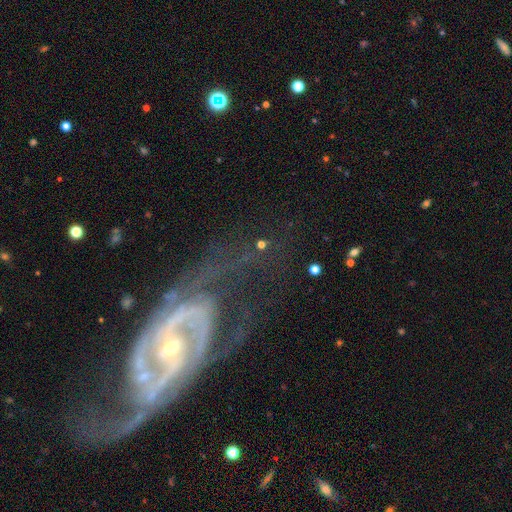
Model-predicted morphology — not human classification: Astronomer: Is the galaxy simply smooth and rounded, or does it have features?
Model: featured or disk — 89%.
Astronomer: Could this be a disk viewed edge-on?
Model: no — 95%.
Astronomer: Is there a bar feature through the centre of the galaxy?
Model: no — 40% (runner-up: weak, 32%).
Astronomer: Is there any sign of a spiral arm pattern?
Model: yes — 96%.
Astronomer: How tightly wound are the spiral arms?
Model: medium — 43% (runner-up: tight, 42%).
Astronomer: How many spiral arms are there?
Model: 2 — 68%.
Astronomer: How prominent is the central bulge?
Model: small — 68%.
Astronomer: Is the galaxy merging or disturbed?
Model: none — 47% (runner-up: major disturbance, 27%).